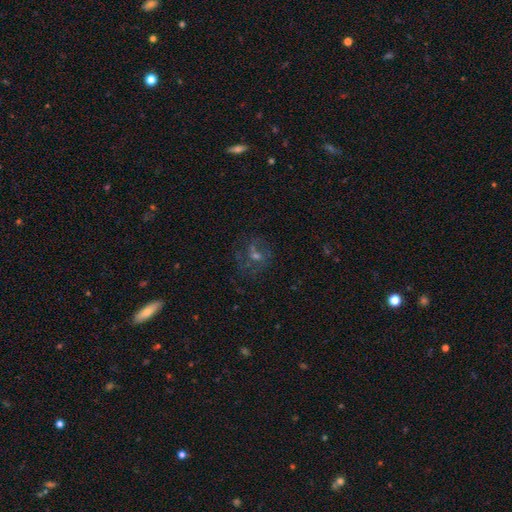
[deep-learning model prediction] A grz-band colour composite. It shows a featured or disk galaxy (51%). Merging: none (65%).